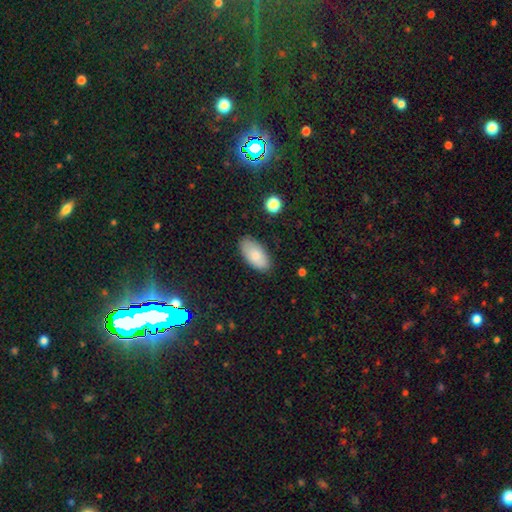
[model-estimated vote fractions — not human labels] A smooth galaxy with no disk features (82%) that is in between round and cigar-shaped (94%). Merging: none (84%).